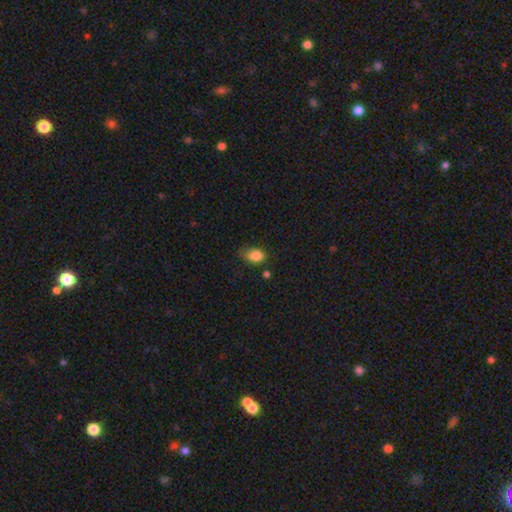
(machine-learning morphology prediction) Smooth or featured: smooth — 85% (star or artifact — 9%)
How rounded: in between — 79% (round — 20%)
Merging: none — 56% (minor disturbance — 33%)